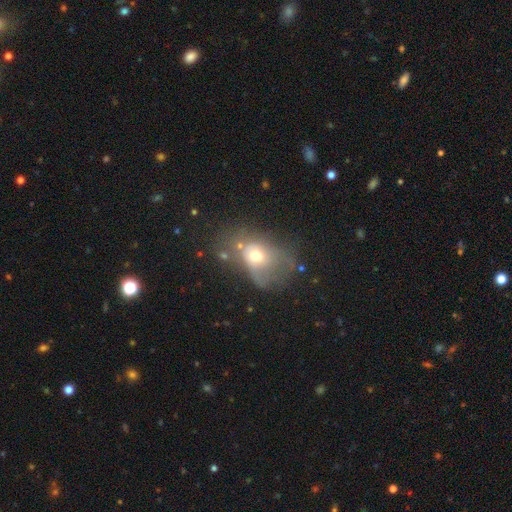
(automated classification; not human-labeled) smooth 57%, featured or disk 29%, star or artifact 13%. Down the decision tree: how rounded — in between (63%); merging — major disturbance (40%).